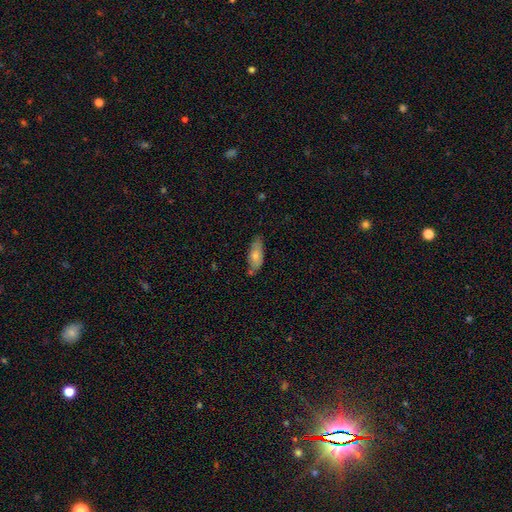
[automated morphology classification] This appears to be a smooth galaxy with no disk features (72%) that is in between round and cigar-shaped (76%). Merging: none (63%).